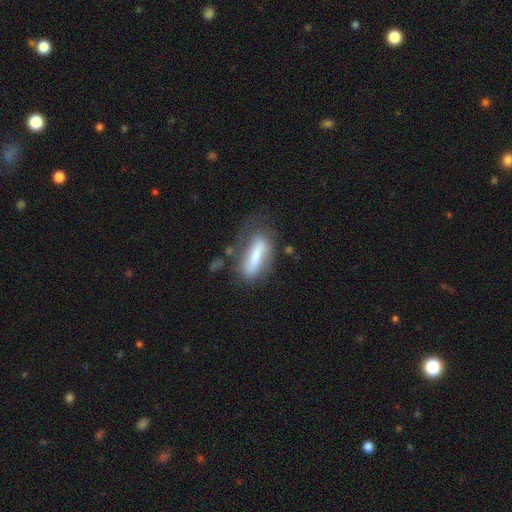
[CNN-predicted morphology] The model was most divided on "how rounded": in between: 59%, cigar-shaped: 39%, round: 3%. Remaining: smooth or featured — smooth (58%); merging — none (48%).